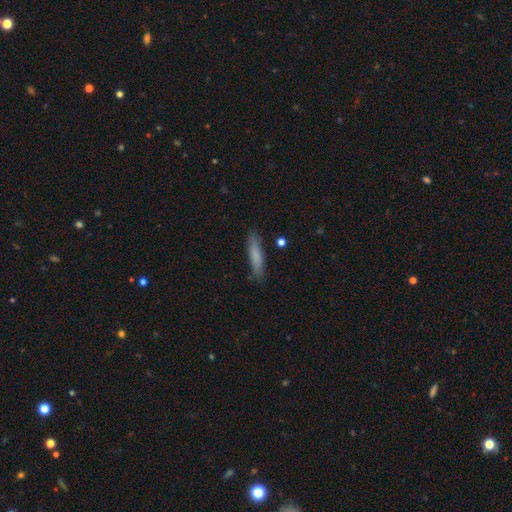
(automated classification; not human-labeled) Morphology: type=smooth (79%); roundness=cigar-shaped (86%); merging=none (86%).